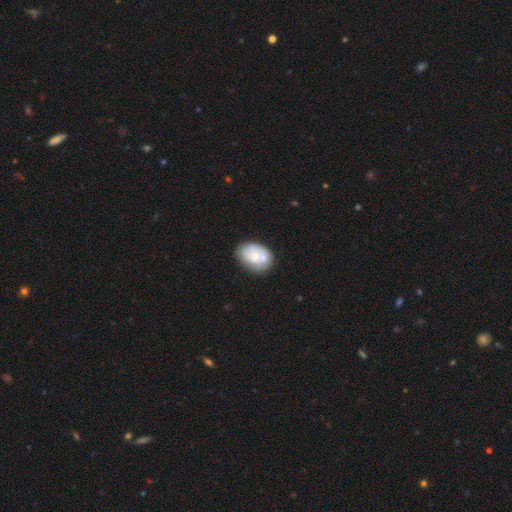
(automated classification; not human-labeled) Smooth or featured: smooth — 58% (featured or disk — 35%)
How rounded: in between — 73% (round — 26%)
Merging: none — 50% (minor disturbance — 22%)